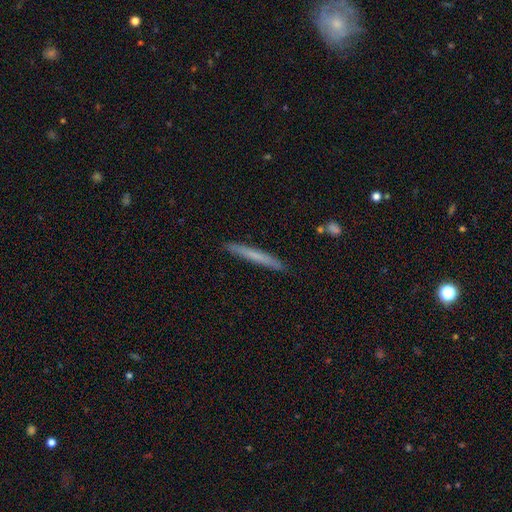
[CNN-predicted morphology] smooth 63%, featured or disk 31%, star or artifact 6%. Down the decision tree: how rounded — cigar-shaped (97%); merging — none (90%).